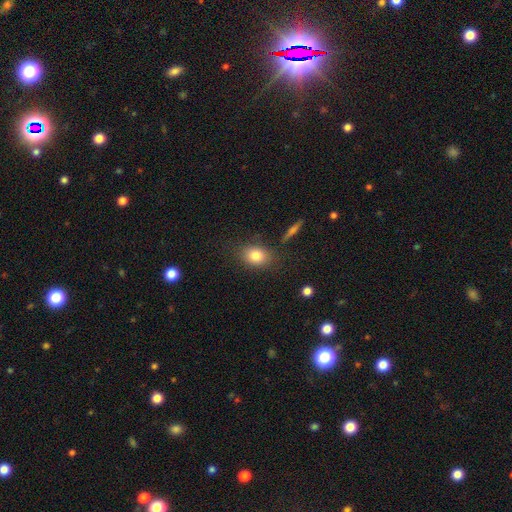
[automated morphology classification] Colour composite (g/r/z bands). It shows a smooth galaxy with no disk features (80%) that is in between round and cigar-shaped (62%). Merging: none (78%).